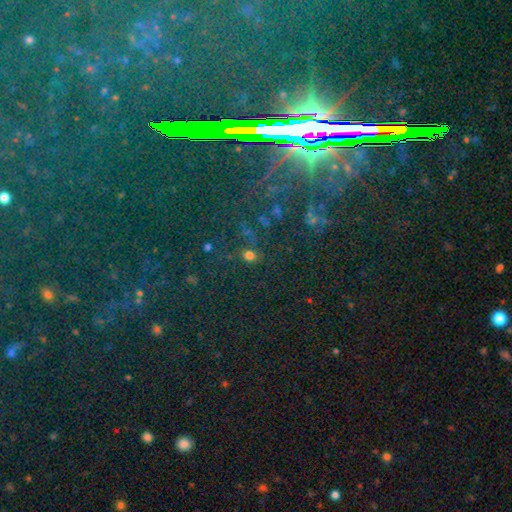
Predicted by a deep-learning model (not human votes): The model was most divided on "smooth or featured": star or artifact: 84%, featured or disk: 9%, smooth: 8%.